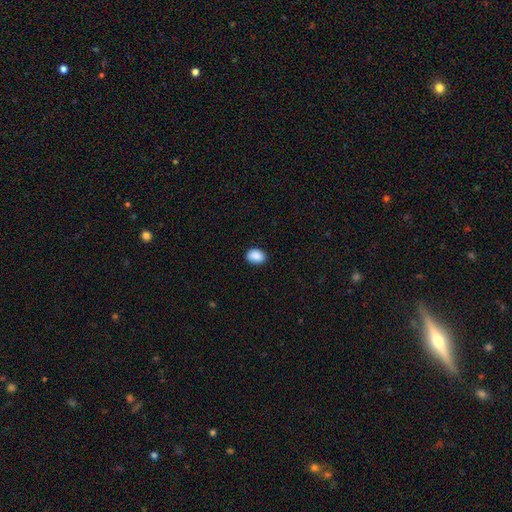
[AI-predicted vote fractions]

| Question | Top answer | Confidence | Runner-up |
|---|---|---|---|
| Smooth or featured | smooth | 89% | star or artifact (8%) |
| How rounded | in between | 76% | round (23%) |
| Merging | none | 87% | minor disturbance (10%) |